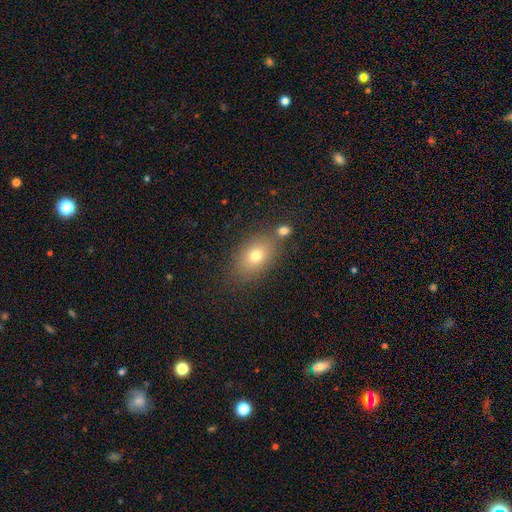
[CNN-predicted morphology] The model was most divided on "how rounded": in between: 79%, round: 20%, cigar-shaped: 2%. More confident: smooth or featured — smooth (74%); merging — none (72%).